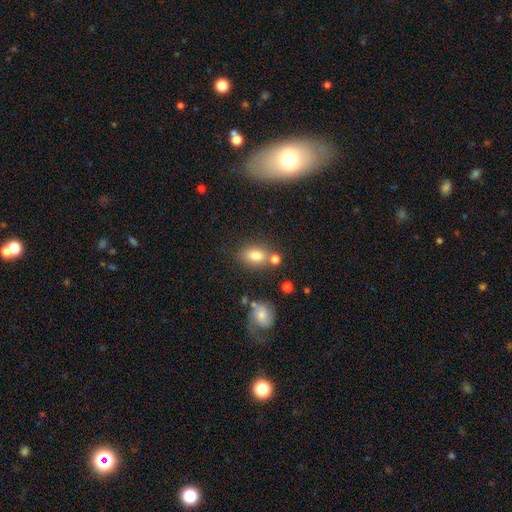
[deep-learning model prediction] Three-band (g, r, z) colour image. It shows a smooth galaxy with no disk features (78%) that is in between round and cigar-shaped (75%). Merging: none (64%).